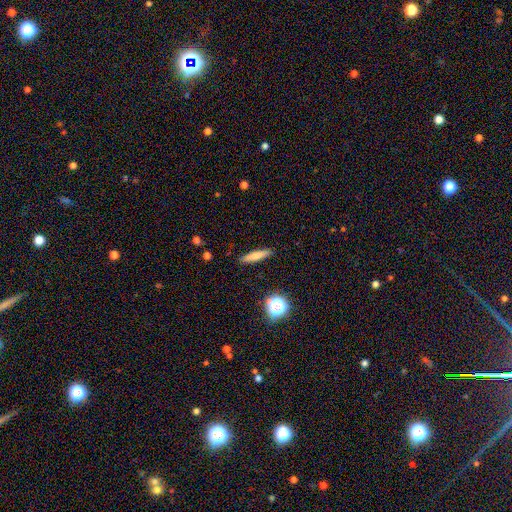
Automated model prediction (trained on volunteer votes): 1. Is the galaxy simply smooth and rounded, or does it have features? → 70% smooth, 20% featured or disk, 10% star or artifact.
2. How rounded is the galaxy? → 86% cigar-shaped, 11% in between, 3% round.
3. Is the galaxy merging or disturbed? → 89% none, 7% minor disturbance, 2% major disturbance, 1% merger.